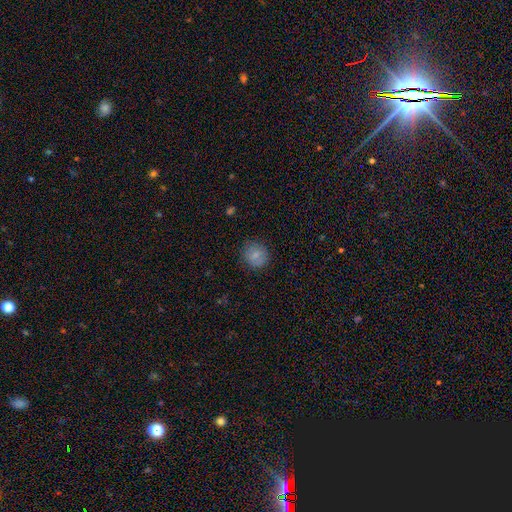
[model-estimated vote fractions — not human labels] smooth-or-featured: smooth: 81% | featured or disk: 10% | star or artifact: 9%
  how-rounded: round: 85% | in between: 14% | cigar-shaped: 1%
  merging: none: 83% | minor disturbance: 12% | major disturbance: 3% | merger: 1%